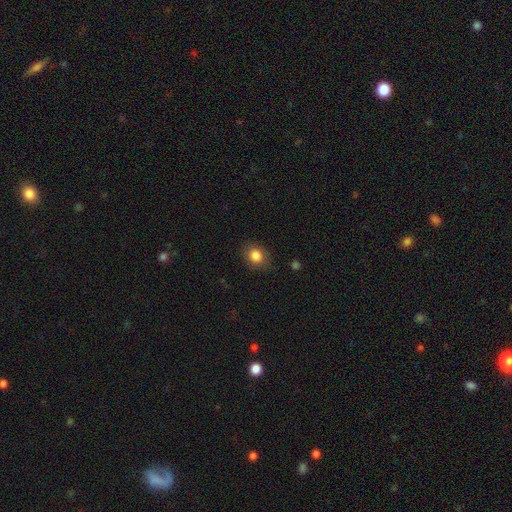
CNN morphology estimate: type=smooth (84%); roundness=round (58%); merging=none (82%).